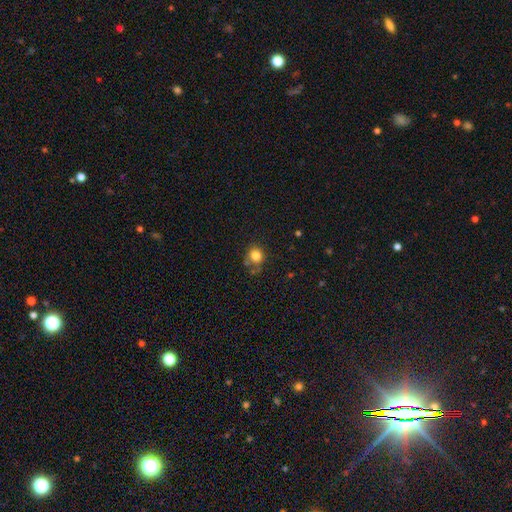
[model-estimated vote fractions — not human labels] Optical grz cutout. It shows a smooth galaxy with no disk features (81%) that is round (81%). Merging: none (68%).